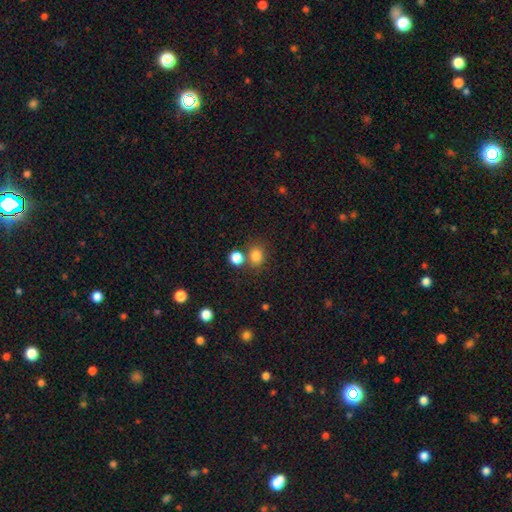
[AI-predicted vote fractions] Q: Smooth or featured?
A: smooth (81%); runner-up: star or artifact (13%)
Q: How rounded?
A: round (72%); runner-up: in between (28%)
Q: Merging?
A: none (67%); runner-up: merger (20%)